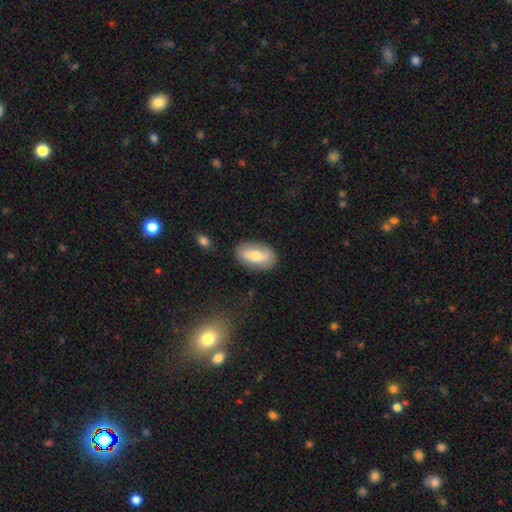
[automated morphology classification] This is likely a smooth galaxy (65%). How rounded: clearly in between (90%). Merging: clearly none (82%).